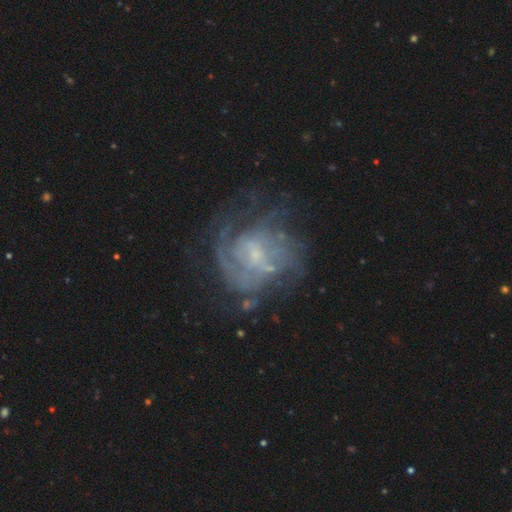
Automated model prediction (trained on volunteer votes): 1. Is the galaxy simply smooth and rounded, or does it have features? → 79% featured or disk, 11% smooth, 10% star or artifact.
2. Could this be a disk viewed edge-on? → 98% no, 2% yes.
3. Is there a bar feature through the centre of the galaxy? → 60% no, 34% weak, 6% strong.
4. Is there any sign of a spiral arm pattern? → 78% yes, 22% no.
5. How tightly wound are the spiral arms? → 46% tight, 36% medium, 18% loose.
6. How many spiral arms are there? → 50% can't tell, 14% 3, 13% 2, 10% 4, 6% 1, 6% more than 4.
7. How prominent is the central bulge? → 65% small, 17% none, 16% moderate, 2% large, 1% dominant.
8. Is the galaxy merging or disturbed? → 53% none, 25% major disturbance, 18% minor disturbance, 4% merger.